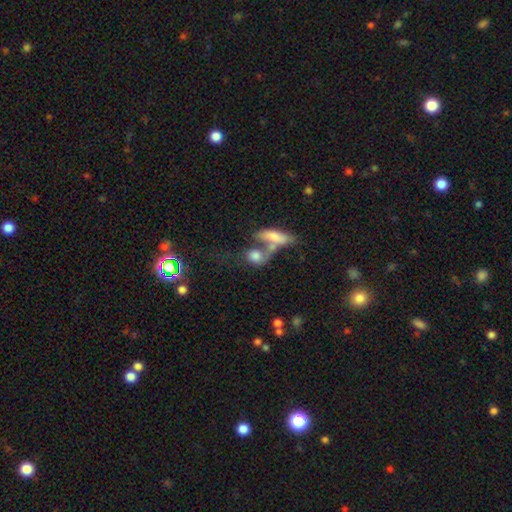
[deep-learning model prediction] smooth 69%, featured or disk 21%, star or artifact 10%. Down the decision tree: how rounded — in between (55%); merging — merger (58%).